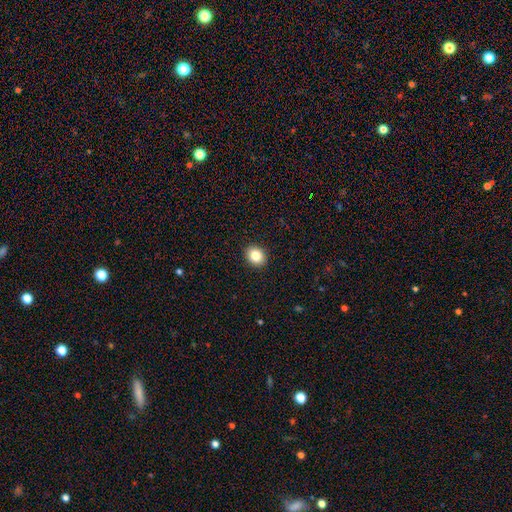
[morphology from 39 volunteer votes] type=smooth (85%); roundness=in between (55%); merging=none (92%).